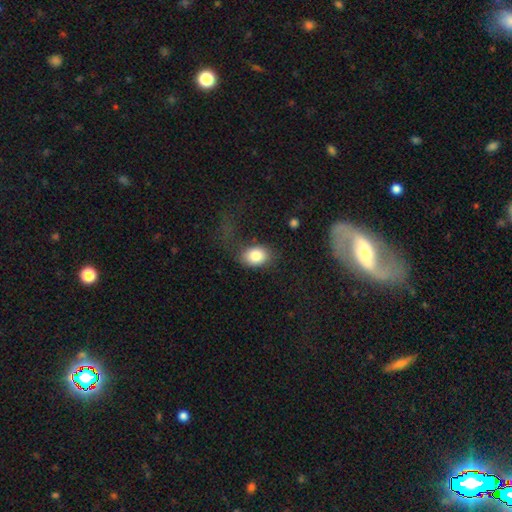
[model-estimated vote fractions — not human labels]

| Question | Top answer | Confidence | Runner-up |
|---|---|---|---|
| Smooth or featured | smooth | 83% | featured or disk (9%) |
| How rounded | in between | 68% | round (31%) |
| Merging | none | 56% | minor disturbance (21%) |